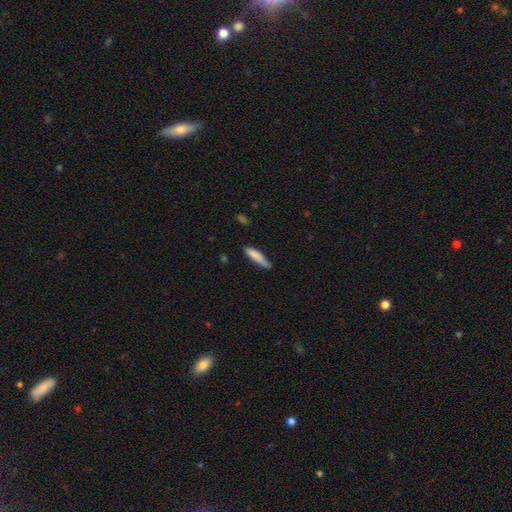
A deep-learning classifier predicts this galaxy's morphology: Smooth or featured? Predicted: smooth (p=0.83). How rounded? Predicted: cigar-shaped (p=0.78). Merging? Predicted: none (p=0.66).